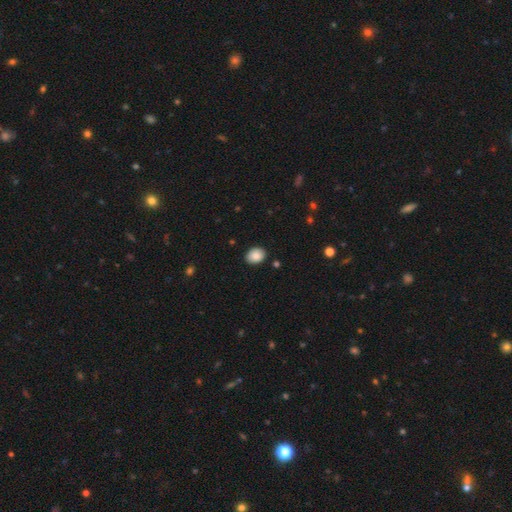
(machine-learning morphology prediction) Smooth or featured?
  - smooth: 88% *
  - star or artifact: 8%
  - featured or disk: 5%
How rounded?
  - in between: 63% *
  - round: 36%
  - cigar-shaped: 1%
Merging?
  - none: 88% *
  - minor disturbance: 9%
  - major disturbance: 2%
  - merger: 1%